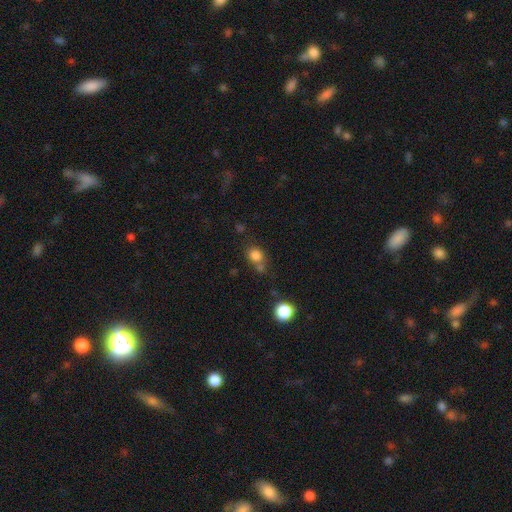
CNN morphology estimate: smooth-or-featured: smooth: 80% | star or artifact: 13% | featured or disk: 7%
  how-rounded: round: 71% | in between: 28% | cigar-shaped: 1%
  merging: none: 55% | merger: 25% | minor disturbance: 14% | major disturbance: 6%